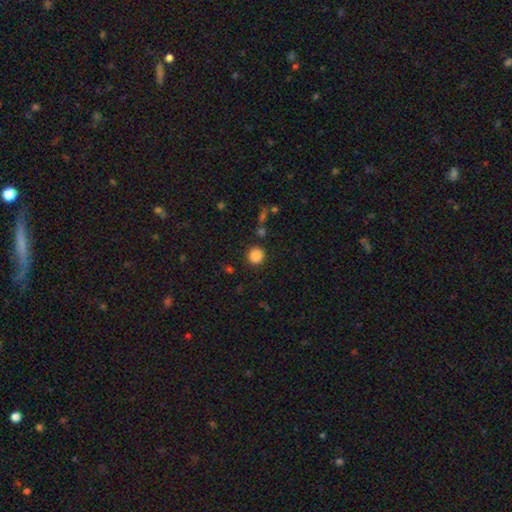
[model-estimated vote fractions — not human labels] smooth_or_featured: smooth (p=0.87) [alt: star or artifact p=0.10]
how_rounded: round (p=0.92) [alt: in between p=0.07]
merging: none (p=0.88) [alt: minor disturbance p=0.07]